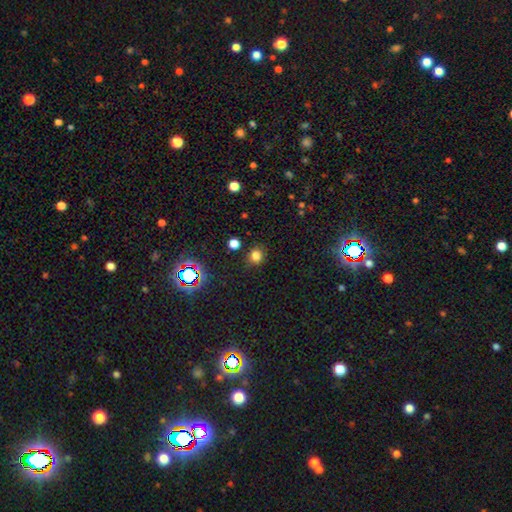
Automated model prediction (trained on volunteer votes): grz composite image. It shows a smooth galaxy with no disk features (76%) that is round (78%). Merging: none (83%).